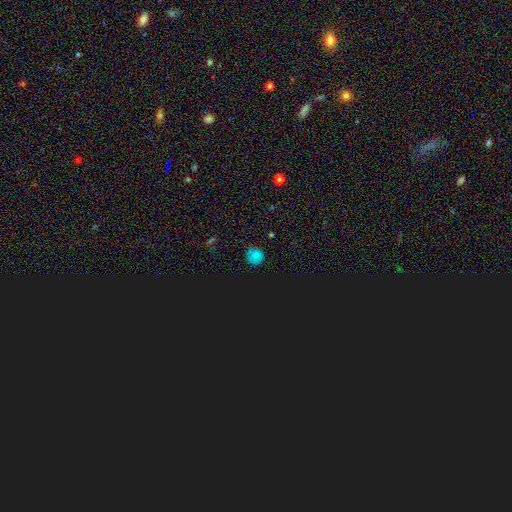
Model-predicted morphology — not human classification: This appears to be a smooth galaxy with no disk features (53%) that is round (89%). Merging: none (79%).